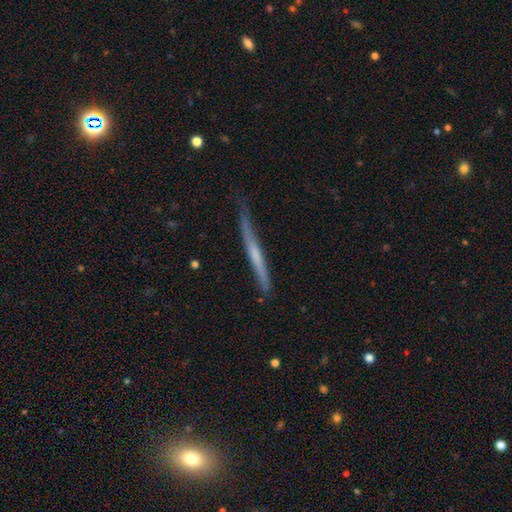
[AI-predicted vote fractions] Smooth or featured? Predicted: featured or disk (p=0.56). Edge-on disk? Predicted: yes (p=0.95). Edge-on bulge? Predicted: none (p=0.71). Merging? Predicted: none (p=0.73).